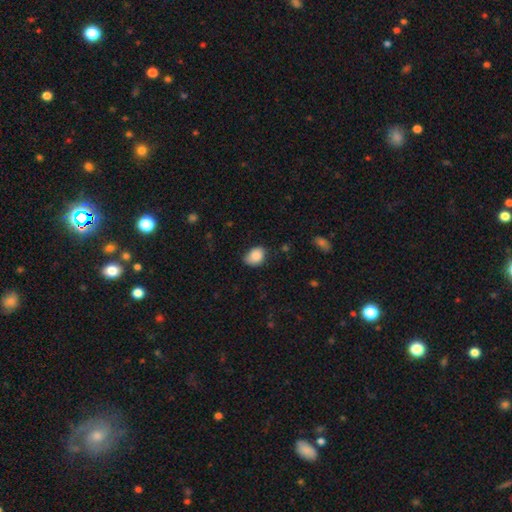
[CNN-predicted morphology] Smooth or featured? Predicted: smooth (p=0.87). How rounded? Predicted: in between (p=0.72). Merging? Predicted: none (p=0.63).